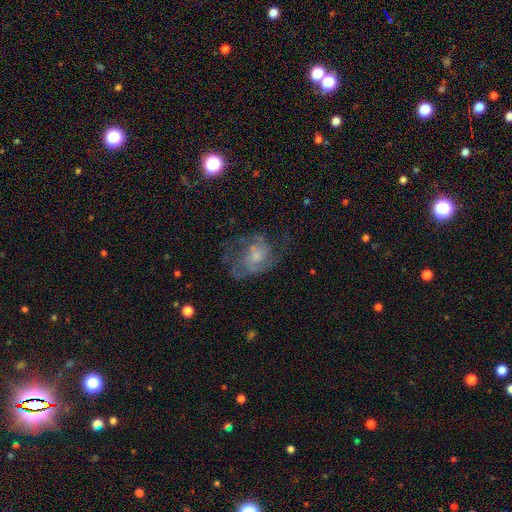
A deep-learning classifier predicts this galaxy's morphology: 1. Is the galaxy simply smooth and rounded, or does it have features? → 66% featured or disk, 23% smooth, 10% star or artifact.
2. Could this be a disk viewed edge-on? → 97% no, 3% yes.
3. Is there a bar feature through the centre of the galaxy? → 72% no, 24% weak, 3% strong.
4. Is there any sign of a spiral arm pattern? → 79% yes, 21% no.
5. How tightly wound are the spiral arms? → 45% medium, 31% tight, 24% loose.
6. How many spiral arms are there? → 38% 2, 33% can't tell, 14% 3, 7% 1, 4% 4, 4% more than 4.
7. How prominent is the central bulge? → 47% small, 33% moderate, 14% none, 4% large, 1% dominant.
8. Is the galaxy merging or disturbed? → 49% none, 27% major disturbance, 21% minor disturbance, 2% merger.